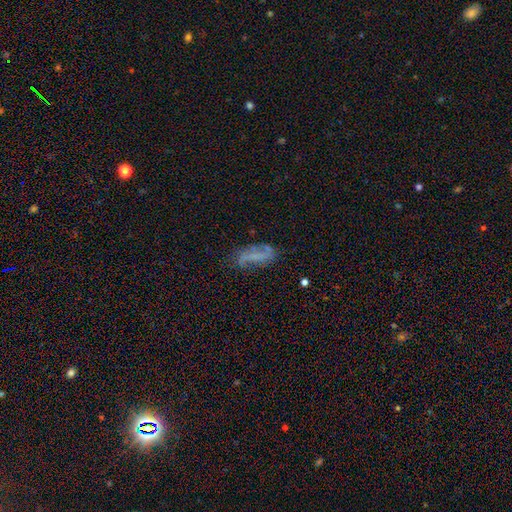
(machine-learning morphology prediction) Q: Smooth or featured?
A: featured or disk (58%); runner-up: smooth (30%)
Q: Edge-on disk?
A: no (89%); runner-up: yes (11%)
Q: Bar?
A: no (35%); runner-up: strong (34%)
Q: Spiral arms?
A: yes (72%); runner-up: no (28%)
Q: Bulge size?
A: none (68%); runner-up: small (21%)
Q: Merging?
A: none (59%); runner-up: minor disturbance (24%)